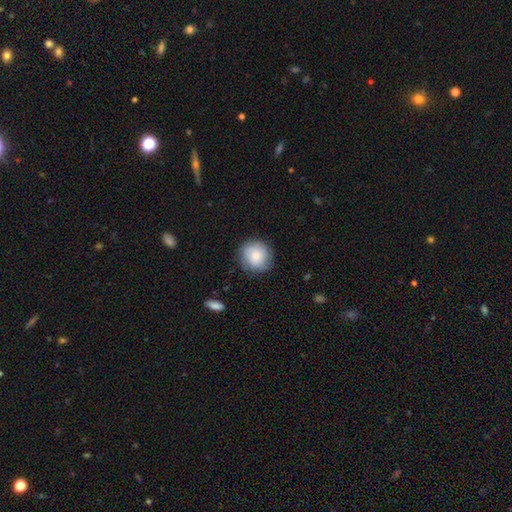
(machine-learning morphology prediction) smooth 69%, featured or disk 24%, star or artifact 7%. Down the decision tree: how rounded — round (88%); merging — none (82%).